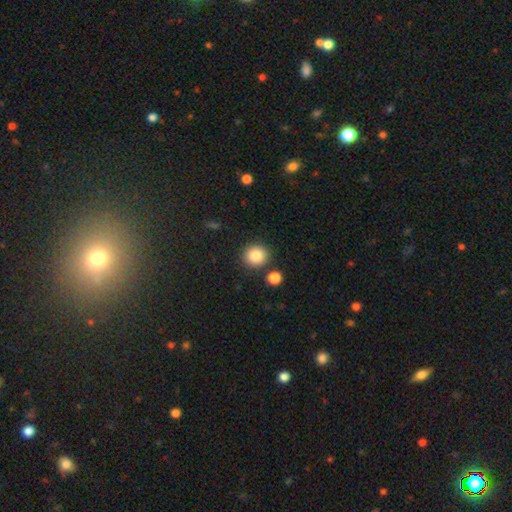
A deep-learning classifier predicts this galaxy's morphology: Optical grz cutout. It shows a smooth galaxy with no disk features (85%) that is round (89%). Merging: none (85%).